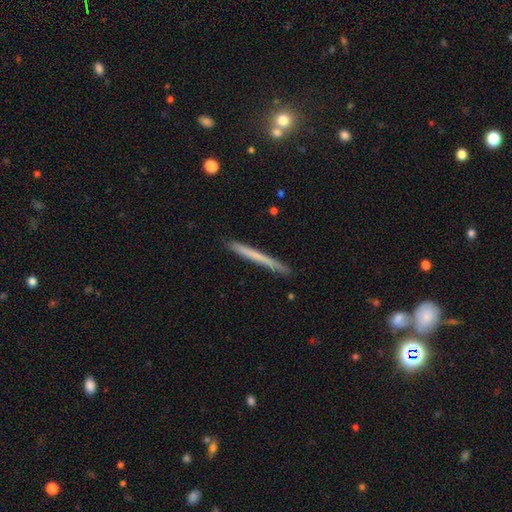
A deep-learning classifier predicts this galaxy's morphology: Overall: smooth (61%; featured or disk 33%). How rounded: cigar-shaped (97%). Merging: none (91%).